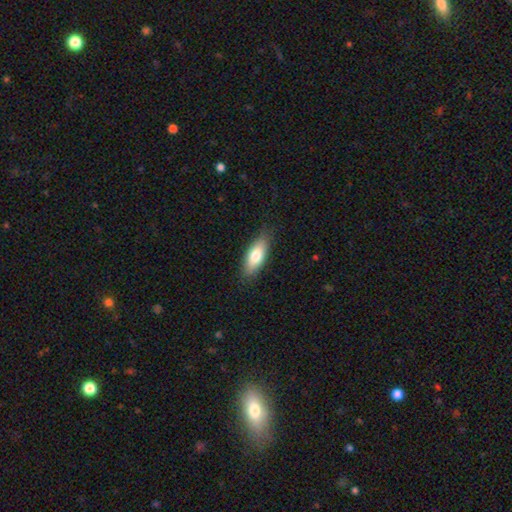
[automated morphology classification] Q: Smooth or featured?
A: smooth (74%); runner-up: featured or disk (19%)
Q: How rounded?
A: in between (73%); runner-up: cigar-shaped (25%)
Q: Merging?
A: none (84%); runner-up: minor disturbance (13%)